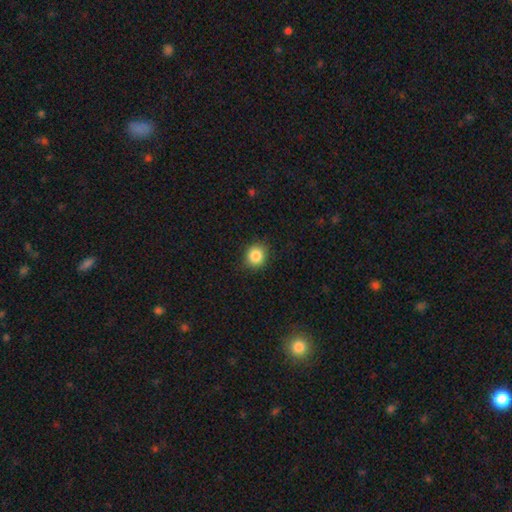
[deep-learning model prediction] A smooth galaxy with no disk features (86%) that is round (84%).

Vote fractions:
- Smooth or featured? smooth: 86% / star or artifact: 10% / featured or disk: 5%
- How rounded? round: 84% / in between: 15% / cigar-shaped: 1%
- Merging? none: 87% / minor disturbance: 10% / major disturbance: 2% / merger: 1%